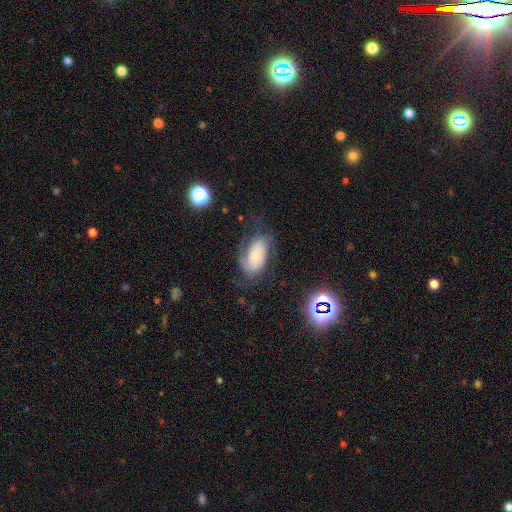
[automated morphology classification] smooth-or-featured: featured or disk: 57% | smooth: 33% | star or artifact: 10%
  disk-edge-on: no: 95% | yes: 5%
    bar: no: 71% | weak: 22% | strong: 7%
    has-spiral-arms: yes: 84% | no: 16%
    bulge-size: small: 64% | moderate: 20% | none: 7% | large: 5% | dominant: 3%
  merging: none: 54% | minor disturbance: 24% | major disturbance: 20% | merger: 2%